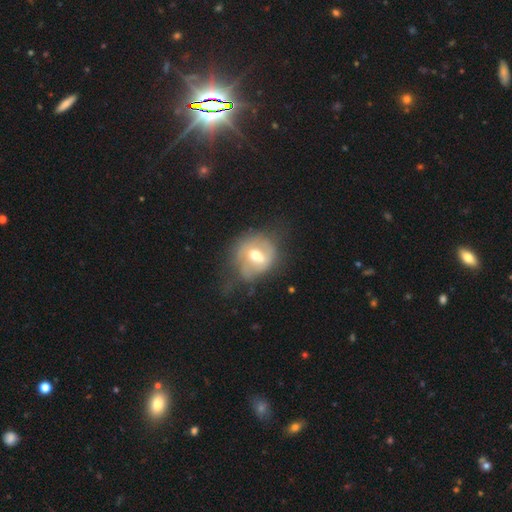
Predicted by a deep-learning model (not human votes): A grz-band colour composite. It shows a featured or disk galaxy (56%) with a weak bar (45%), no spiral arms (58%) and a moderate central bulge (69%). Merging: none (46%).